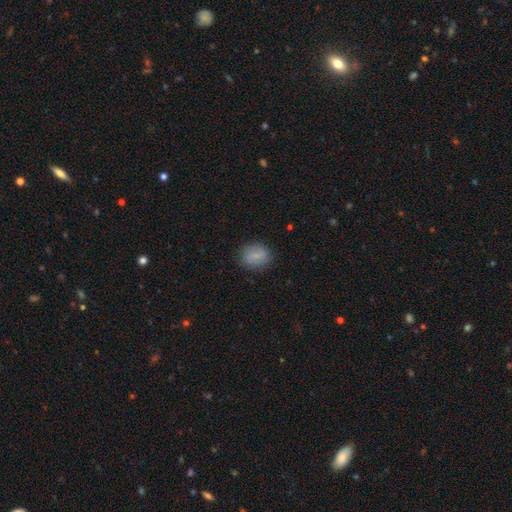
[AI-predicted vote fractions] Smooth or featured? smooth (75%)
How rounded? in between (49%, tied with round)
Merging? none (83%)